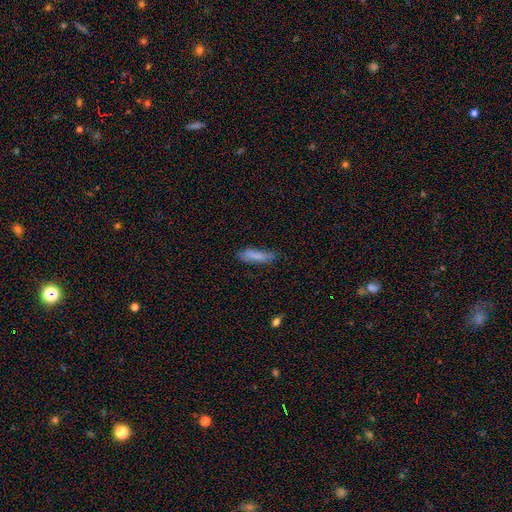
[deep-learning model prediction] This appears to be a smooth galaxy with no disk features (79%) that is cigar-shaped (65%). Merging: none (63%).